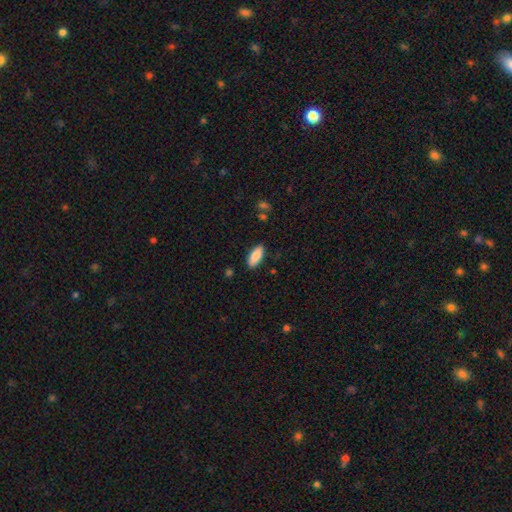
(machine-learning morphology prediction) The model was most divided on "how rounded": in between: 80%, cigar-shaped: 18%, round: 2%. More confident: merging — none (88%); smooth or featured — smooth (87%).